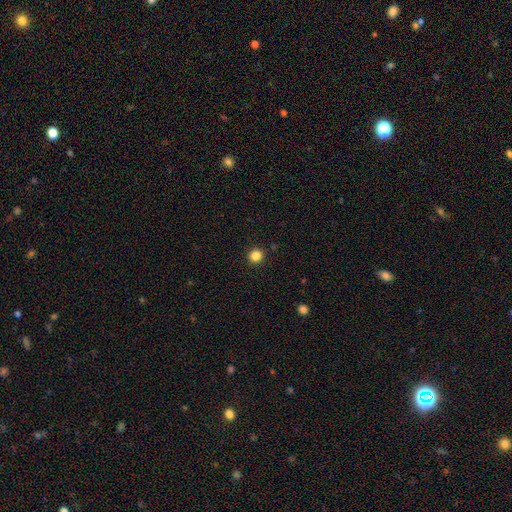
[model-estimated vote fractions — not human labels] smooth-or-featured: smooth: 85% | star or artifact: 12% | featured or disk: 3%
  how-rounded: round: 92% | in between: 7% | cigar-shaped: 1%
  merging: none: 92% | minor disturbance: 5% | major disturbance: 2% | merger: 1%